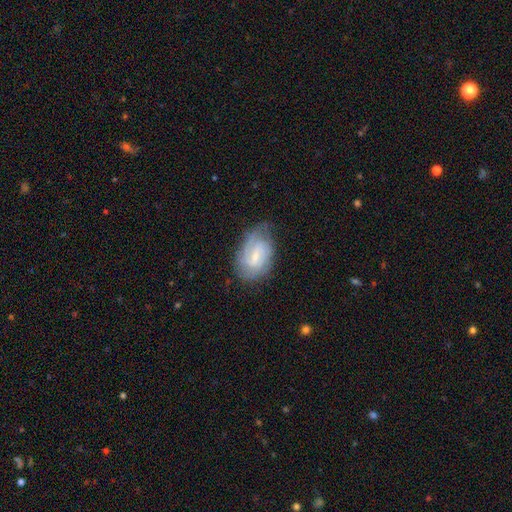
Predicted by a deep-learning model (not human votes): Smooth or featured? Predicted: featured or disk (p=0.75). Edge-on disk? Predicted: no (p=0.97). Bar? Predicted: weak (p=0.61). Spiral arms? Predicted: yes (p=0.92). Spiral winding? Predicted: tight (p=0.50). Spiral arm count? Predicted: 2 (p=0.45). Bulge size? Predicted: small (p=0.57). Merging? Predicted: none (p=0.64).